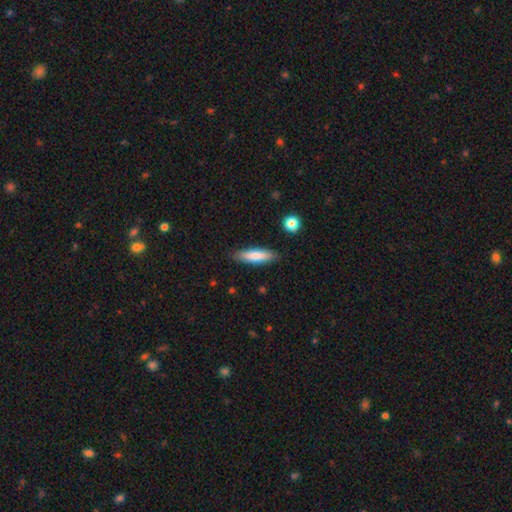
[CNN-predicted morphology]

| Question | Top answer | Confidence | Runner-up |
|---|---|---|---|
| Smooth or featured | smooth | 78% | featured or disk (16%) |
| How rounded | cigar-shaped | 68% | in between (30%) |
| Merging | none | 86% | minor disturbance (10%) |